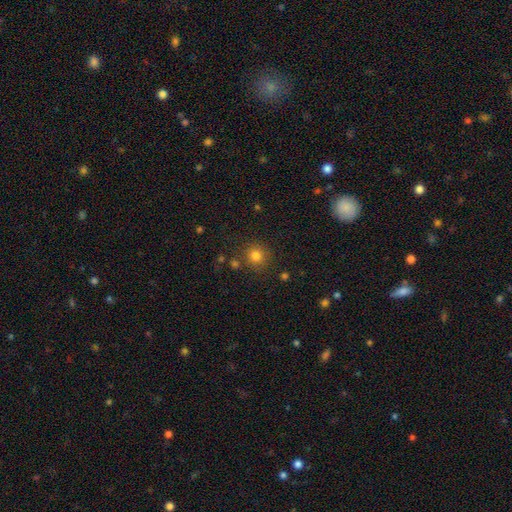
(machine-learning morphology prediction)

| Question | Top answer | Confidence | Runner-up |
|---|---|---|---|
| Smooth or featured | smooth | 80% | star or artifact (14%) |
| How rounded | round | 90% | in between (9%) |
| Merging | none | 82% | minor disturbance (9%) |